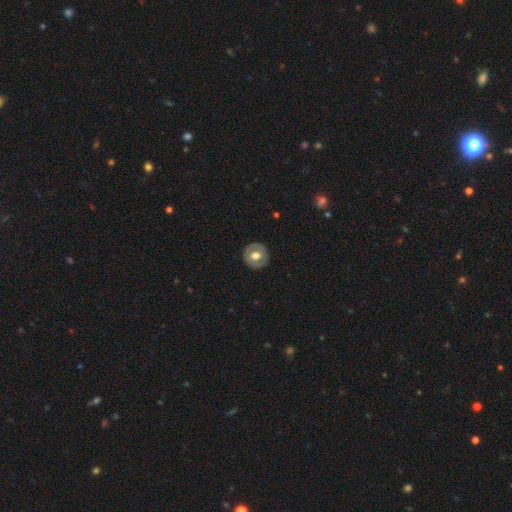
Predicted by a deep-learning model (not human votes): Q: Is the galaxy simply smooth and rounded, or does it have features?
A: smooth — 52%.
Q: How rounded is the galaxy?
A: round — 92%.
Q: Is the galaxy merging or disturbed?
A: none — 89%.